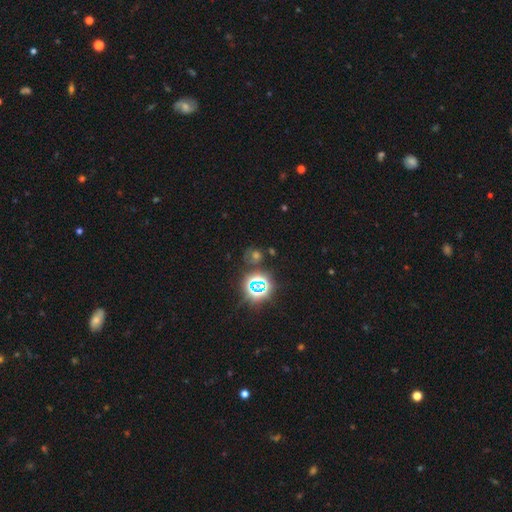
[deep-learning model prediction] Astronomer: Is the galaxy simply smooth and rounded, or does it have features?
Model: star or artifact — 57% (runner-up: smooth, 32%).